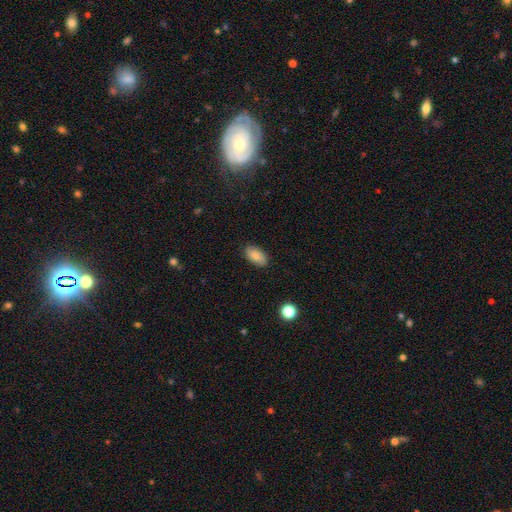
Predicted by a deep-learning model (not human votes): Overall: smooth (84%). How rounded: in between (94%). Merging: none (86%).